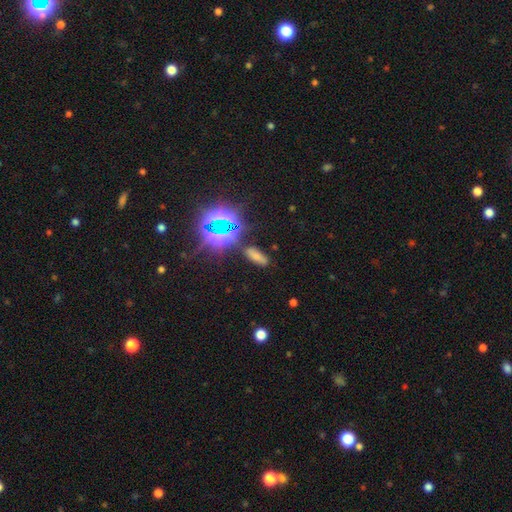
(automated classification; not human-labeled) Smooth or featured?
  - smooth: 52% *
  - star or artifact: 36%
  - featured or disk: 12%
How rounded?
  - in between: 70% *
  - cigar-shaped: 25%
  - round: 5%
Merging?
  - none: 78% *
  - minor disturbance: 13%
  - major disturbance: 5%
  - merger: 5%